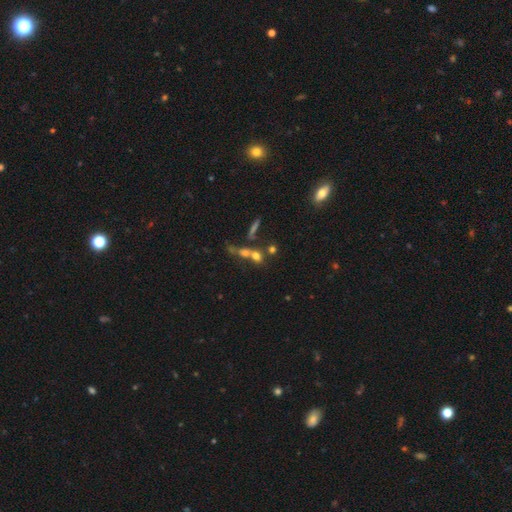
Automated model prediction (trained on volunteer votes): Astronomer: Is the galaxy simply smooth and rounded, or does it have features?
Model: smooth — 59%.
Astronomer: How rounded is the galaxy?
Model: round — 60%.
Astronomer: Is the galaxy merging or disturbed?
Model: merger — 49% (runner-up: none, 34%).